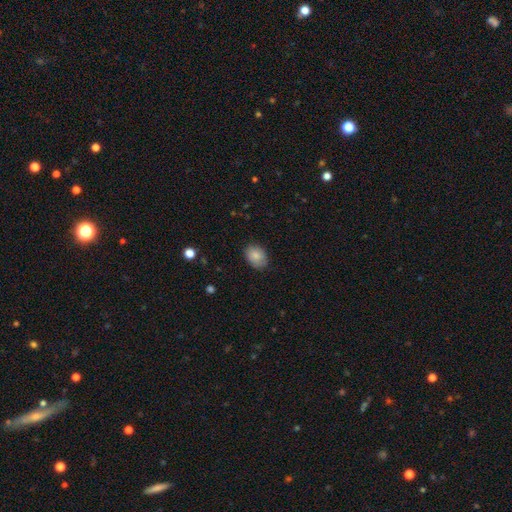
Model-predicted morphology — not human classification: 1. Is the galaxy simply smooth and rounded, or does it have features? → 84% smooth, 8% featured or disk, 8% star or artifact.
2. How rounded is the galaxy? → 69% in between, 30% round, 1% cigar-shaped.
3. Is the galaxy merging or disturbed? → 82% none, 14% minor disturbance, 3% major disturbance, 1% merger.